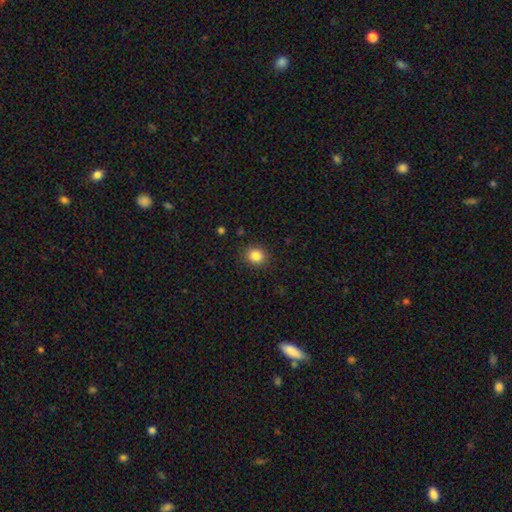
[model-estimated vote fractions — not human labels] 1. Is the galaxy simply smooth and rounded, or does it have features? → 85% smooth, 11% star or artifact, 5% featured or disk.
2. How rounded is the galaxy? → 77% round, 23% in between, 1% cigar-shaped.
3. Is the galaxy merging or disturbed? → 88% none, 8% minor disturbance, 3% major disturbance, 1% merger.